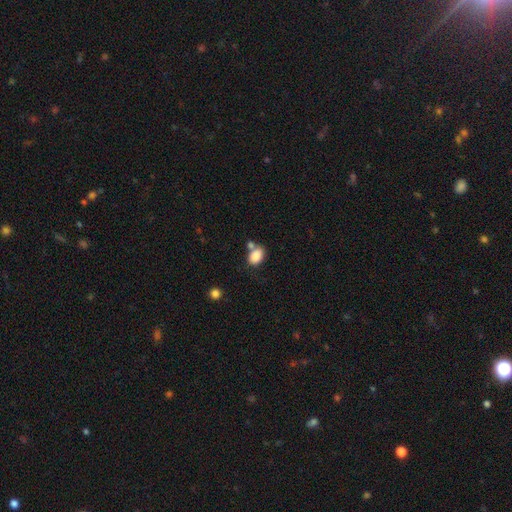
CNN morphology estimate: smooth 86%, star or artifact 9%, featured or disk 6%. Down the decision tree: how rounded — in between (80%); merging — none (52%).